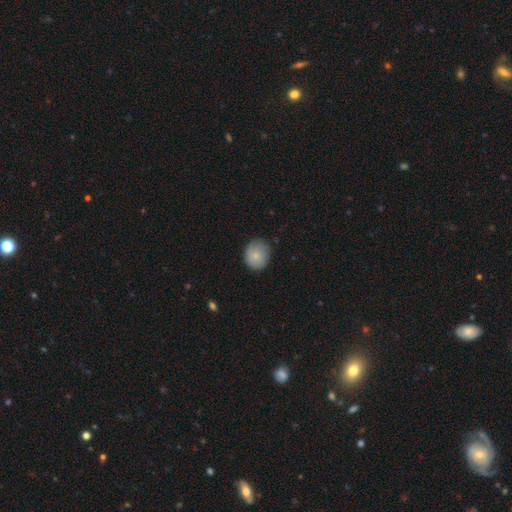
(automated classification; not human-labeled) Overall: smooth (81%). How rounded: round (73%). Merging: none (75%).